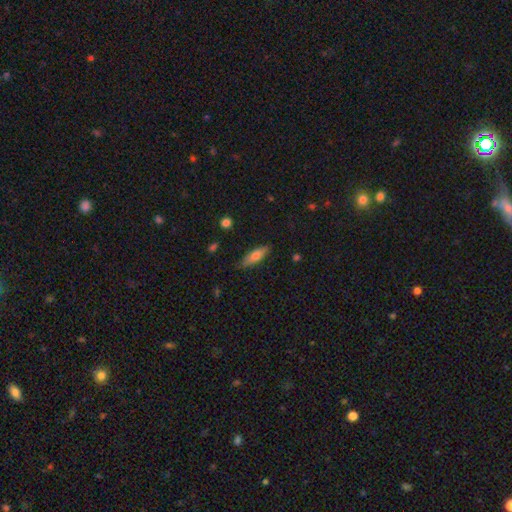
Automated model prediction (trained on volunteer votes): A smooth galaxy with no disk features (69%) that is cigar-shaped (50%). Merging: none (83%).